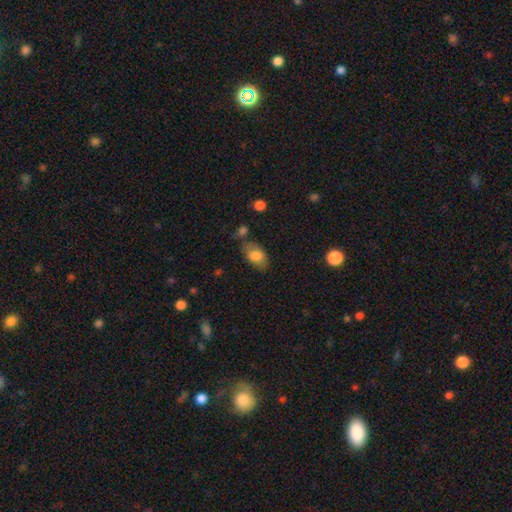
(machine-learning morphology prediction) Q: Smooth or featured?
A: smooth (77%); runner-up: featured or disk (16%)
Q: How rounded?
A: in between (90%); runner-up: round (8%)
Q: Merging?
A: none (67%); runner-up: minor disturbance (20%)